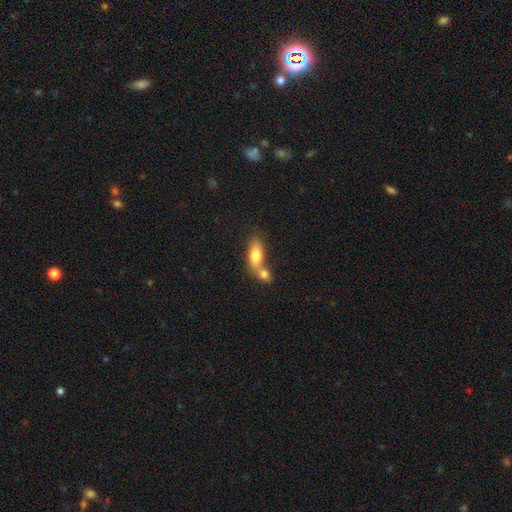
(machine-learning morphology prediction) Smooth or featured: smooth — 75% (featured or disk — 18%)
How rounded: in between — 78% (cigar-shaped — 14%)
Merging: merger — 63% (none — 26%)